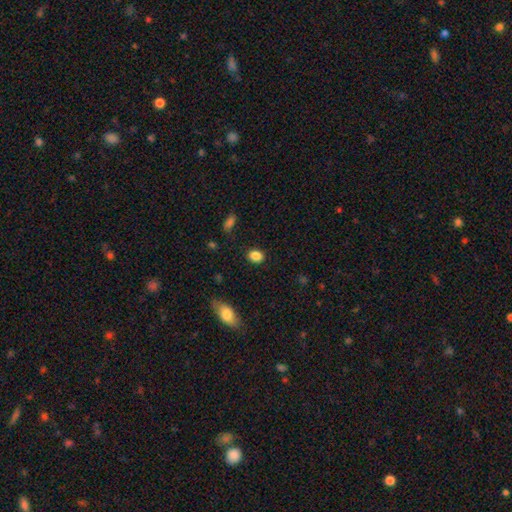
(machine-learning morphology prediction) Smooth or featured? smooth (86%)
How rounded? in between (51%)
Merging? none (85%)